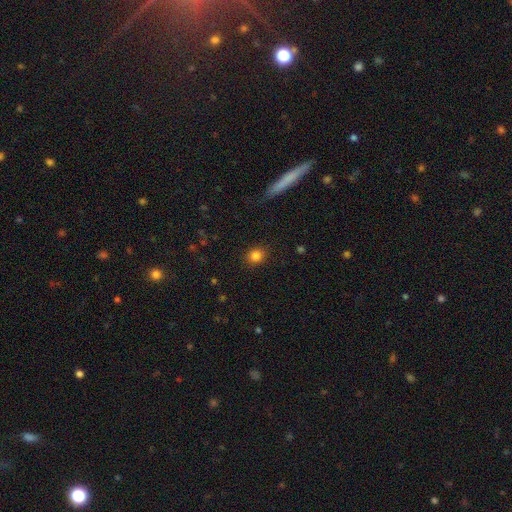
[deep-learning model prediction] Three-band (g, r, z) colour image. It shows a smooth galaxy with no disk features (84%) that is round (76%). Merging: none (88%).